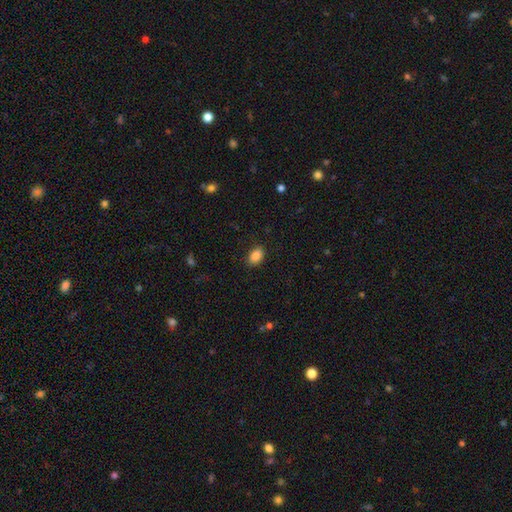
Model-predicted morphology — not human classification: Q: Smooth or featured?
A: smooth (87%); runner-up: star or artifact (9%)
Q: How rounded?
A: in between (84%); runner-up: round (15%)
Q: Merging?
A: none (86%); runner-up: minor disturbance (11%)